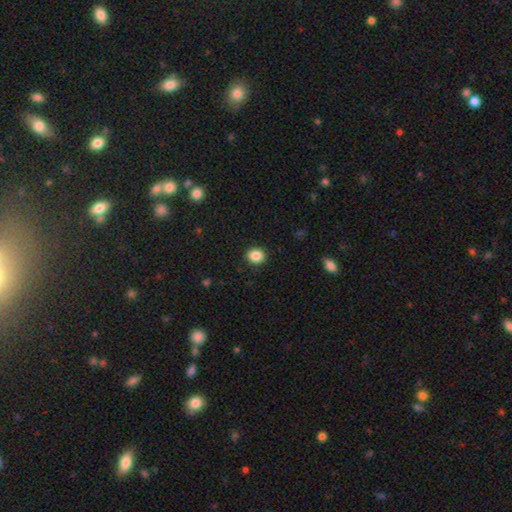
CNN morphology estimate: Overall: smooth (86%). How rounded: round (72%). Merging: none (91%).